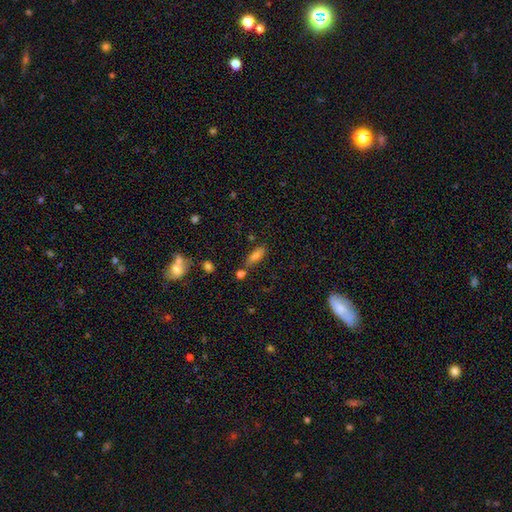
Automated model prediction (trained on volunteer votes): Smooth or featured?
  - smooth: 72% *
  - featured or disk: 16%
  - star or artifact: 11%
How rounded?
  - in between: 65% *
  - cigar-shaped: 32%
  - round: 3%
Merging?
  - none: 60% *
  - minor disturbance: 18%
  - merger: 17%
  - major disturbance: 6%